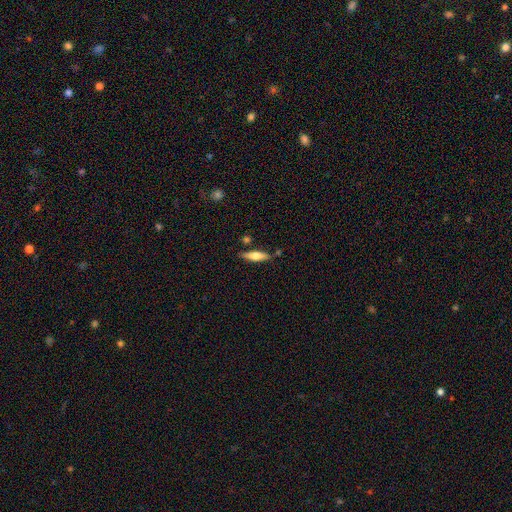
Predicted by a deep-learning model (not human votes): Smooth or featured? Predicted: smooth (p=0.56). How rounded? Predicted: cigar-shaped (p=0.67). Merging? Predicted: none (p=0.78).